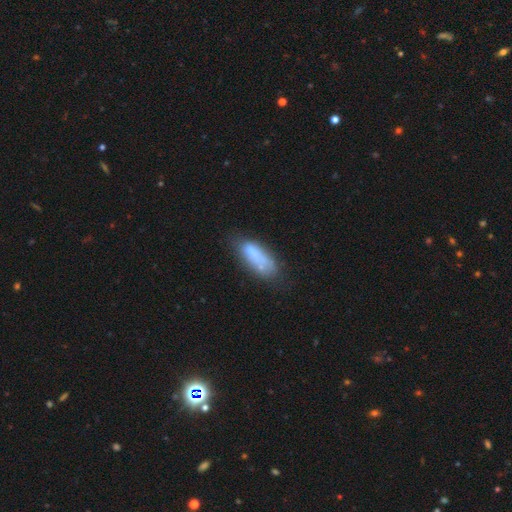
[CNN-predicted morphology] This appears to be a smooth galaxy with no disk features (66%) that is in between round and cigar-shaped (71%). Merging: none (47%).